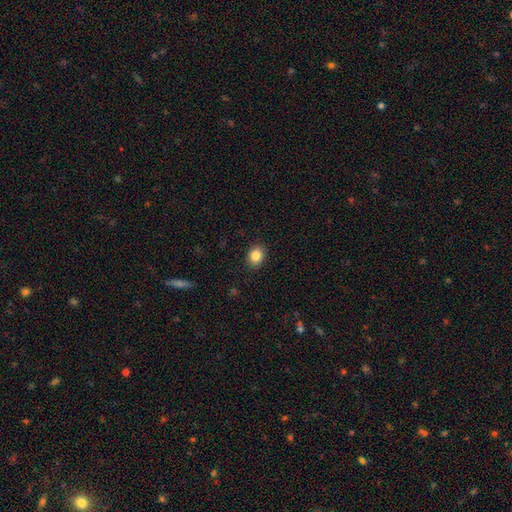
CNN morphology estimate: A smooth galaxy with no disk features (85%) that is in between round and cigar-shaped (53%).

Vote fractions:
- Smooth or featured? smooth: 85% / star or artifact: 9% / featured or disk: 5%
- How rounded? in between: 53% / round: 46% / cigar-shaped: 1%
- Merging? none: 89% / minor disturbance: 8% / major disturbance: 2% / merger: 1%